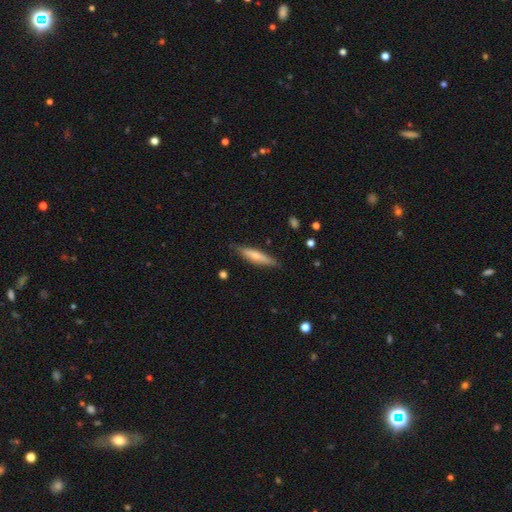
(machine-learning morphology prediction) Overall: smooth (56%; featured or disk 38%). How rounded: cigar-shaped (82%). Merging: none (82%).